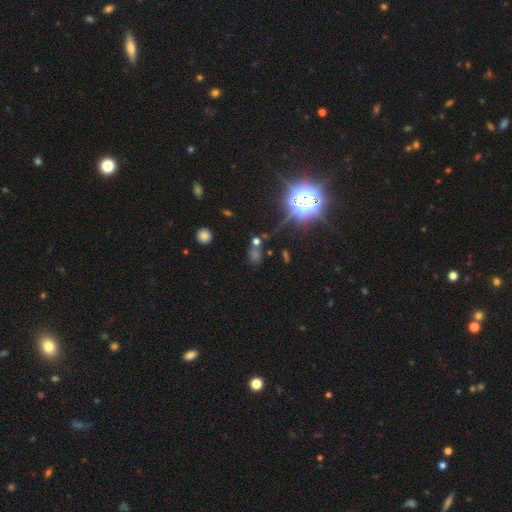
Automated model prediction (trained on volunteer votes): A star or artifact, not a galaxy (66%).

Vote fractions:
- Smooth or featured? star or artifact: 66% / smooth: 22% / featured or disk: 12%